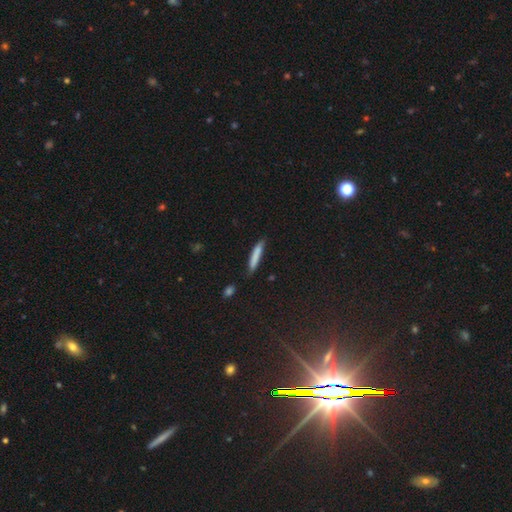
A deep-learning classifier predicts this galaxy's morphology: Smooth or featured? Predicted: smooth (p=0.79). How rounded? Predicted: cigar-shaped (p=0.92). Merging? Predicted: none (p=0.76).